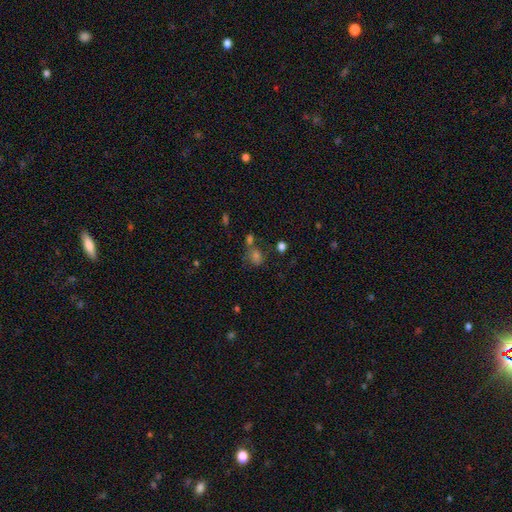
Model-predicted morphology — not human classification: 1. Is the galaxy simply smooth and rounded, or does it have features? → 56% smooth, 27% star or artifact, 17% featured or disk.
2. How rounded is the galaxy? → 65% round, 34% in between, 2% cigar-shaped.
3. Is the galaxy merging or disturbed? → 52% none, 20% merger, 17% minor disturbance, 11% major disturbance.